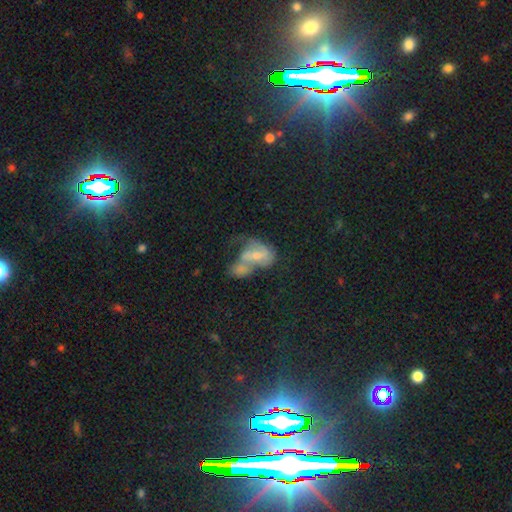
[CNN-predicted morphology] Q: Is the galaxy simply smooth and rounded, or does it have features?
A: featured or disk — 46%.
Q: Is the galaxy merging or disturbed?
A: merger — 61%.